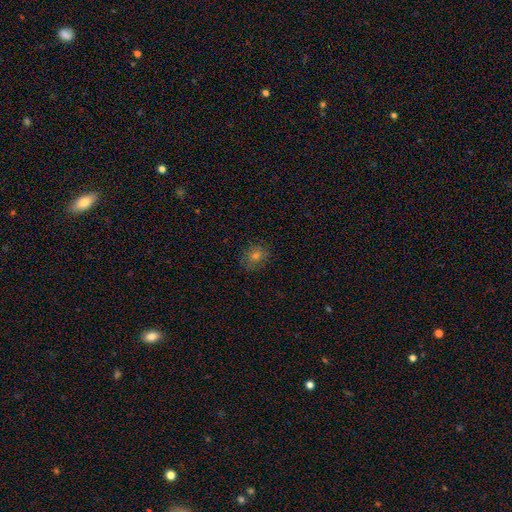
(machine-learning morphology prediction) smooth_or_featured: smooth (p=0.62) [alt: star or artifact p=0.20]
how_rounded: round (p=0.64) [alt: in between p=0.35]
merging: none (p=0.80) [alt: minor disturbance p=0.15]